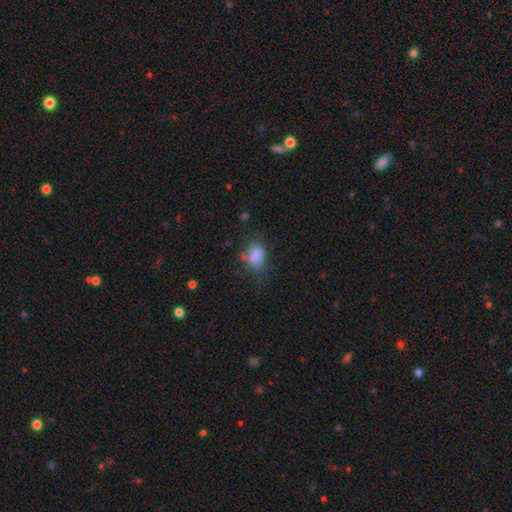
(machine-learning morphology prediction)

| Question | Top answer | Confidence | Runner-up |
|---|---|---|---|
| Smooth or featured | smooth | 81% | star or artifact (10%) |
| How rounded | in between | 73% | round (26%) |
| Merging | none | 55% | minor disturbance (26%) |